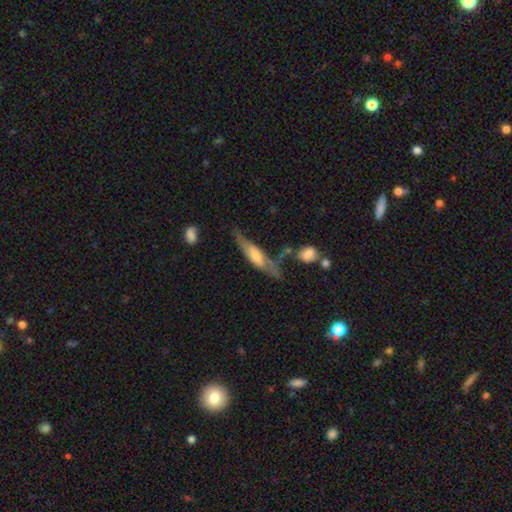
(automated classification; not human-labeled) smooth-or-featured: featured or disk: 58% | smooth: 36% | star or artifact: 6%
  disk-edge-on: yes: 75% | no: 25%
  merging: none: 53% | minor disturbance: 25% | major disturbance: 13% | merger: 9%